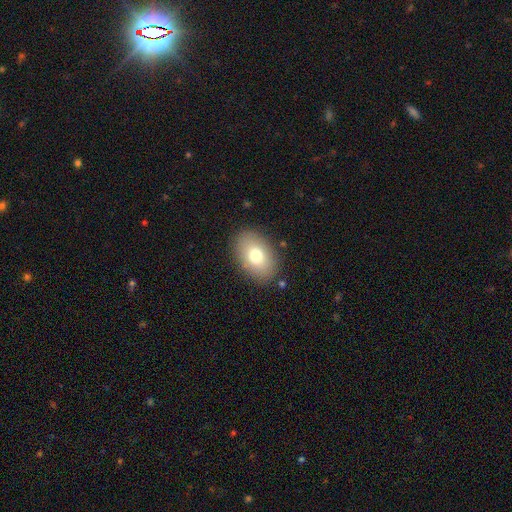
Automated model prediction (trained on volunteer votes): Q: Smooth or featured?
A: smooth (76%); runner-up: featured or disk (15%)
Q: How rounded?
A: in between (85%); runner-up: round (14%)
Q: Merging?
A: none (86%); runner-up: minor disturbance (10%)